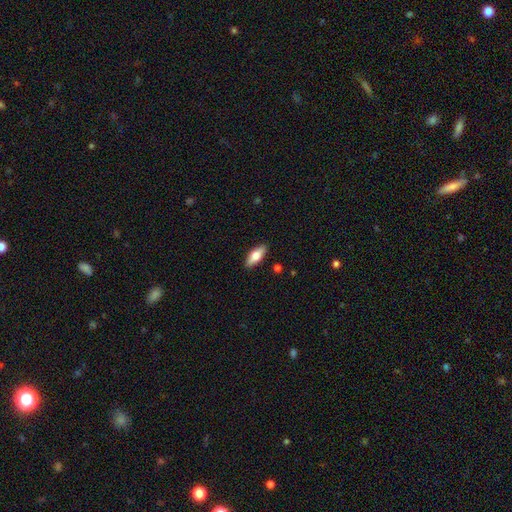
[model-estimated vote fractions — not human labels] smooth 68%, featured or disk 26%, star or artifact 6%. Down the decision tree: how rounded — in between (73%); merging — none (89%).